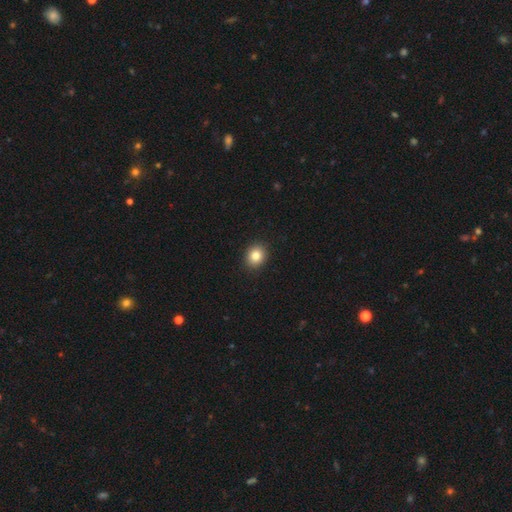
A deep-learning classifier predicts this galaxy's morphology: Smooth or featured? smooth (83%)
How rounded? round (64%)
Merging? none (91%)